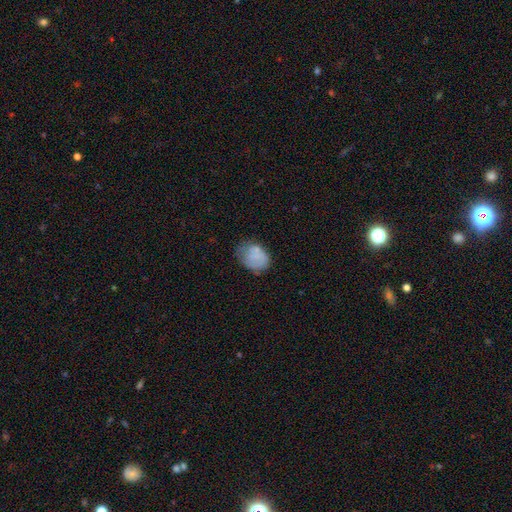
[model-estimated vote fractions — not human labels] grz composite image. It shows a smooth galaxy with no disk features (68%) that is in between round and cigar-shaped (65%). Merging: none (48%).